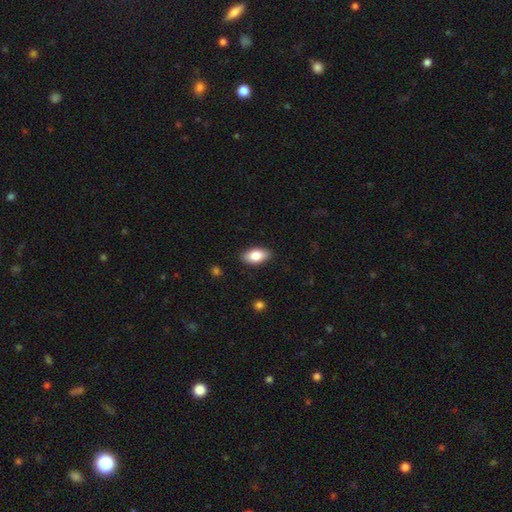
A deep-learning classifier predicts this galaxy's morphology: Q: Smooth or featured?
A: smooth (83%); runner-up: featured or disk (10%)
Q: How rounded?
A: in between (93%); runner-up: cigar-shaped (4%)
Q: Merging?
A: none (88%); runner-up: minor disturbance (9%)